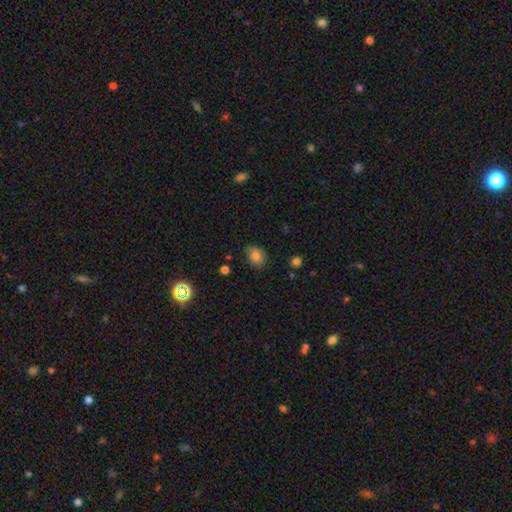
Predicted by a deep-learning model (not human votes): This appears to be a smooth galaxy with no disk features (83%) that is in between round and cigar-shaped (63%). Merging: none (74%).